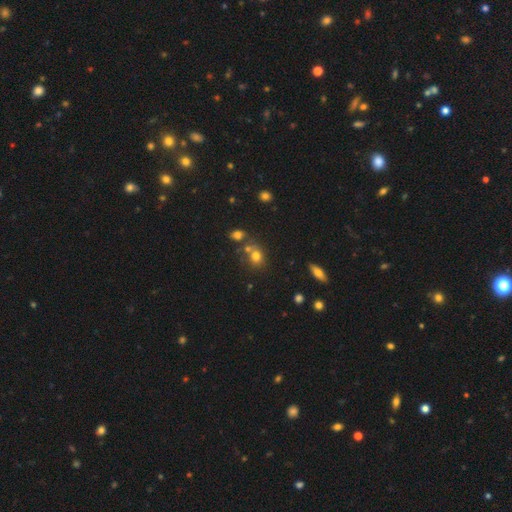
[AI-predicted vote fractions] Smooth or featured? smooth (72%)
How rounded? round (63%)
Merging? none (49%)